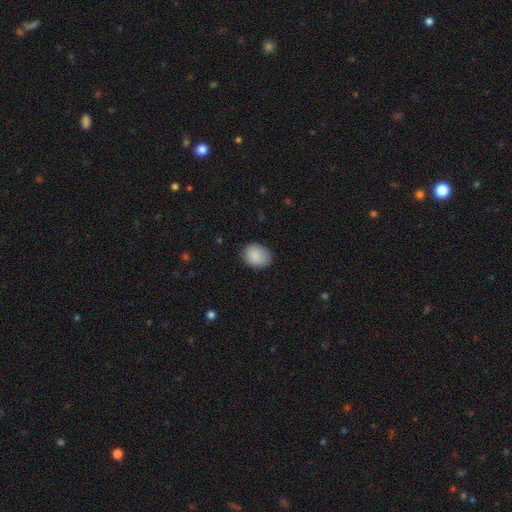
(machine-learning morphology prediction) smooth-or-featured: smooth: 88% | star or artifact: 7% | featured or disk: 5%
  how-rounded: in between: 55% | round: 44% | cigar-shaped: 1%
  merging: none: 81% | minor disturbance: 14% | major disturbance: 3% | merger: 1%